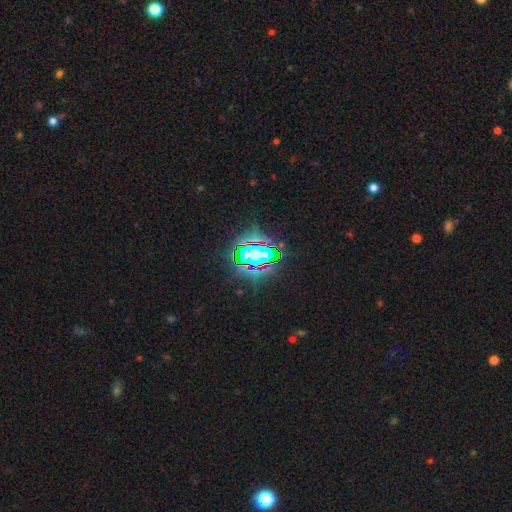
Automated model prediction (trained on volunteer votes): Morphology: type=star or artifact (70%).